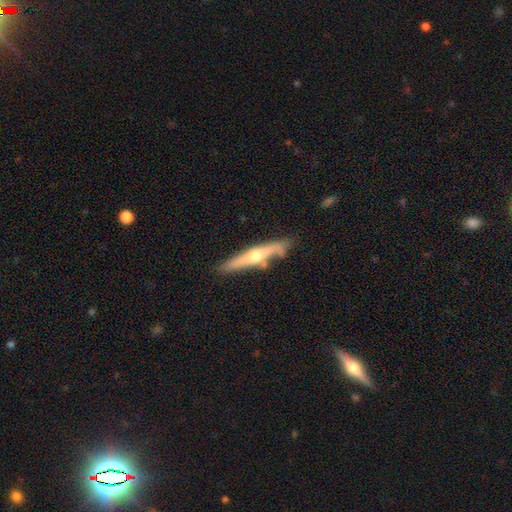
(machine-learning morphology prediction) Smooth or featured? featured or disk (59%)
Edge-on disk? yes (91%)
Edge-on bulge? rounded (89%)
Merging? none (69%)